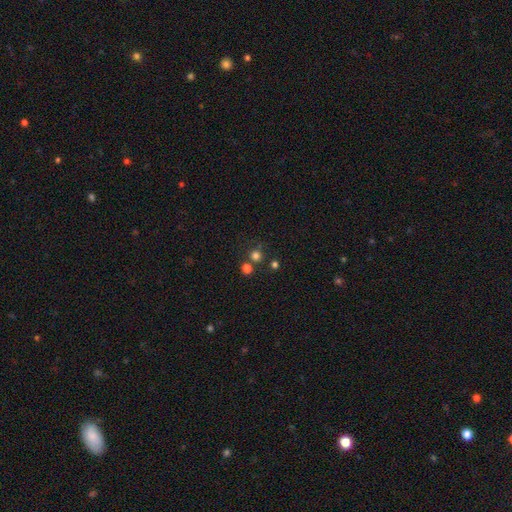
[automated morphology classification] A smooth galaxy with no disk features (73%) that is round (93%). Merging: none (71%).